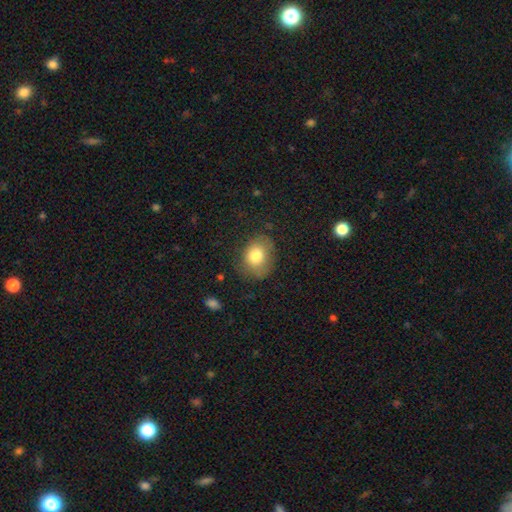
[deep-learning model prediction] Q: Smooth or featured?
A: smooth (78%); runner-up: featured or disk (13%)
Q: How rounded?
A: in between (51%); runner-up: round (48%)
Q: Merging?
A: none (68%); runner-up: minor disturbance (23%)